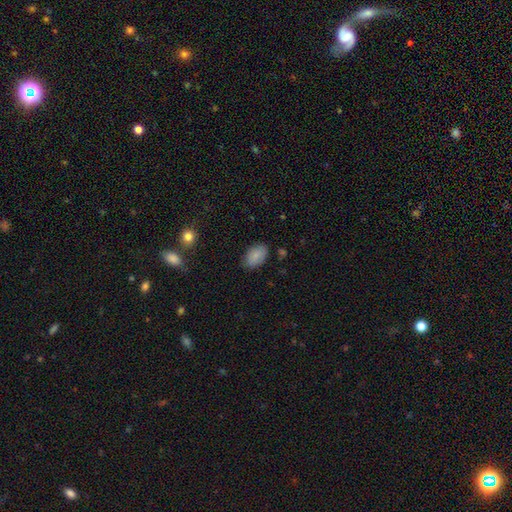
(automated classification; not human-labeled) Smooth or featured? smooth (87%)
How rounded? in between (92%)
Merging? none (82%)